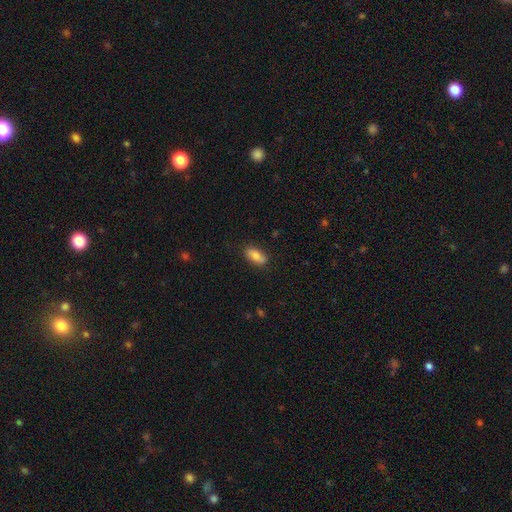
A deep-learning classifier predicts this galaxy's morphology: This appears to be a smooth galaxy with no disk features (78%) that is in between round and cigar-shaped (89%). Merging: none (83%).